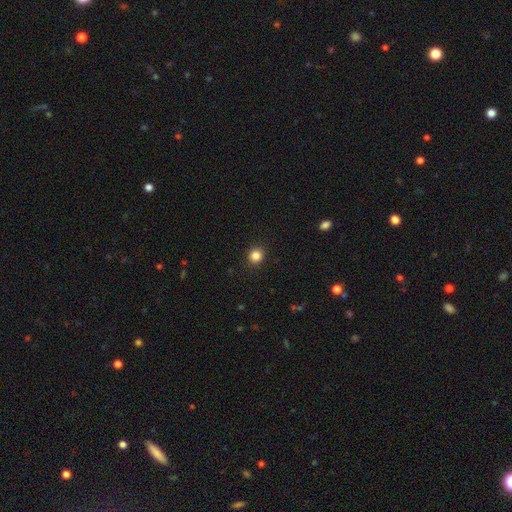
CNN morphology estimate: type=smooth (85%); roundness=round (91%); merging=none (92%).